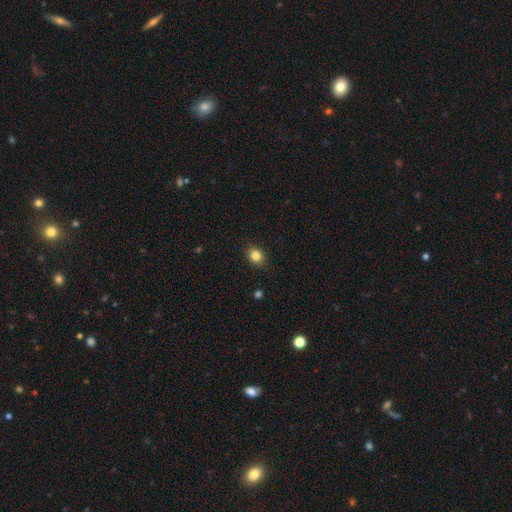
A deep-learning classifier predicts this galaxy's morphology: A smooth galaxy with no disk features (83%) that is round (62%).

Vote fractions:
- Smooth or featured? smooth: 83% / star or artifact: 11% / featured or disk: 6%
- How rounded? round: 62% / in between: 37% / cigar-shaped: 1%
- Merging? none: 87% / minor disturbance: 9% / major disturbance: 2% / merger: 1%